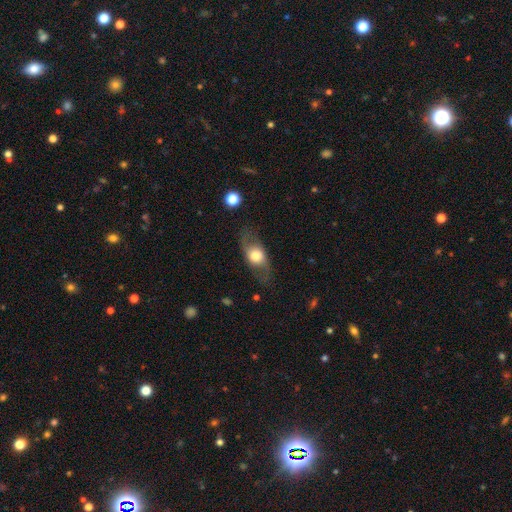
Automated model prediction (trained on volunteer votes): Q: Smooth or featured?
A: featured or disk (49%); runner-up: smooth (44%)
Q: Merging?
A: none (74%); runner-up: minor disturbance (15%)